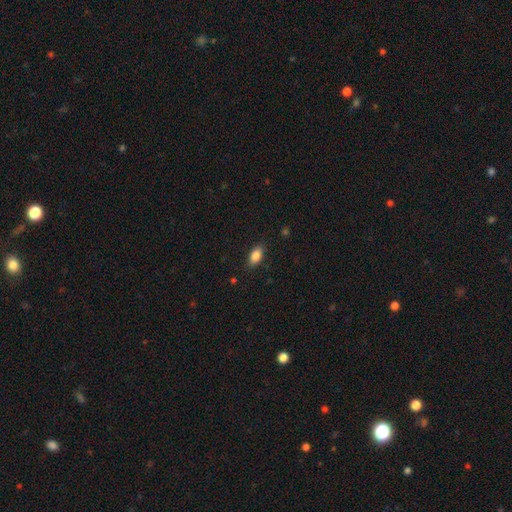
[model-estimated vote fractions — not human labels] This appears to be a smooth galaxy with no disk features (85%) that is in between round and cigar-shaped (89%). Merging: none (86%).